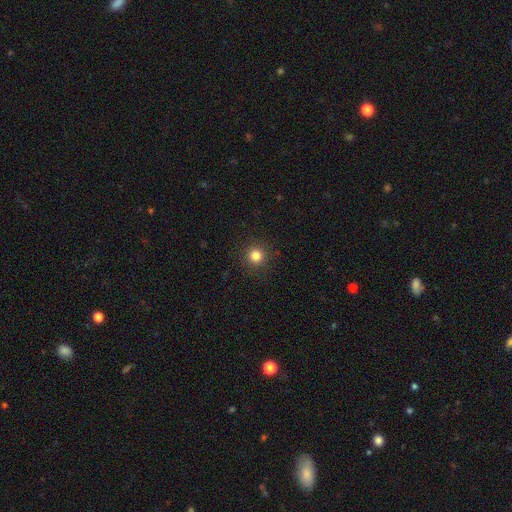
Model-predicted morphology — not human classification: This is clearly a smooth galaxy (82%). How rounded: clearly round (95%). Merging: clearly none (92%).